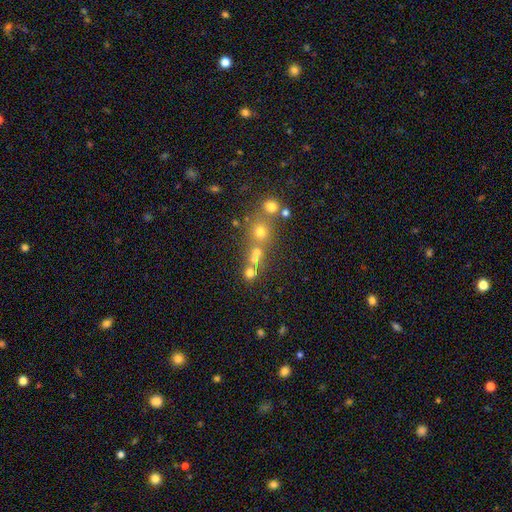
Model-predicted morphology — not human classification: smooth 60%, star or artifact 23%, featured or disk 16%. Down the decision tree: how rounded — round (82%); merging — none (54%).